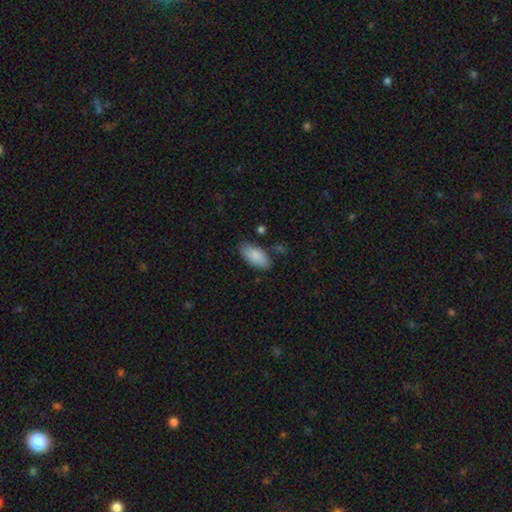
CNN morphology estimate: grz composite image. It shows a smooth galaxy with no disk features (87%) that is in between round and cigar-shaped (92%). Merging: none (80%).